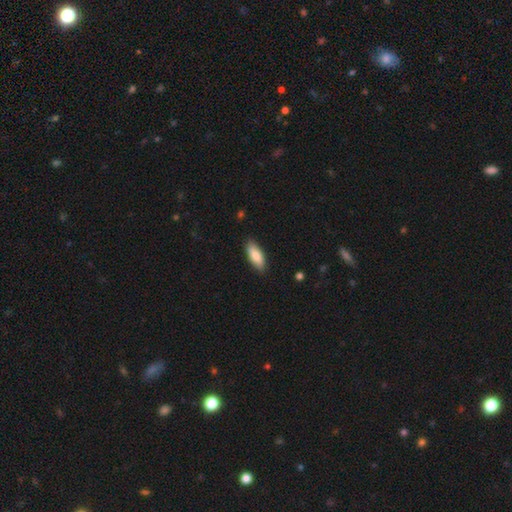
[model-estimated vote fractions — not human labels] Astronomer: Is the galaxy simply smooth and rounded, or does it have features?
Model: smooth — 83%.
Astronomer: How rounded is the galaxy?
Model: in between — 74%.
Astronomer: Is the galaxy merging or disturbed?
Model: none — 86%.